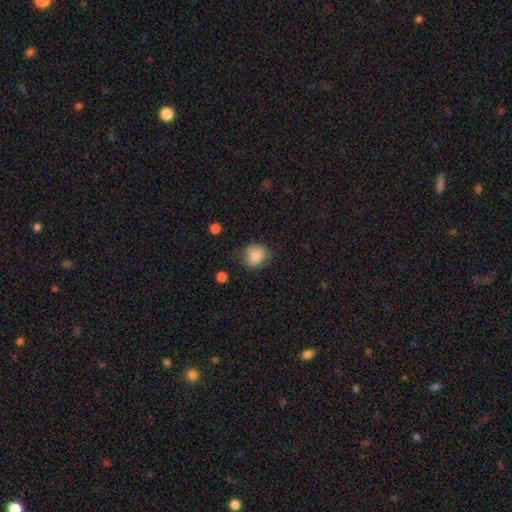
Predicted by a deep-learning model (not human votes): smooth-or-featured: smooth: 84% | star or artifact: 9% | featured or disk: 7%
  how-rounded: round: 67% | in between: 32% | cigar-shaped: 1%
  merging: none: 71% | minor disturbance: 21% | major disturbance: 6% | merger: 2%